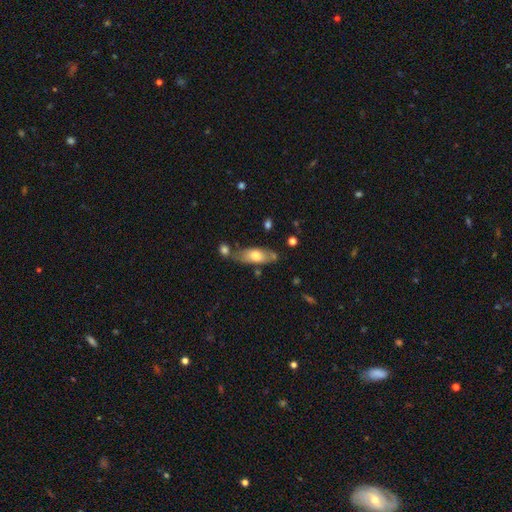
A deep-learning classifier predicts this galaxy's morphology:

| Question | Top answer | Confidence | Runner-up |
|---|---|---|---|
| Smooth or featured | smooth | 62% | featured or disk (32%) |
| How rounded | in between | 73% | cigar-shaped (24%) |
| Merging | none | 58% | minor disturbance (21%) |